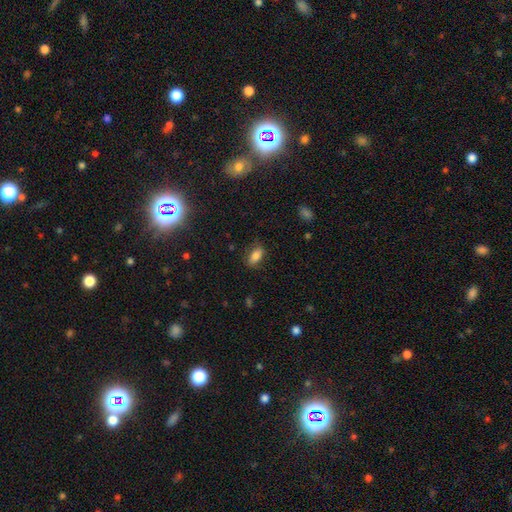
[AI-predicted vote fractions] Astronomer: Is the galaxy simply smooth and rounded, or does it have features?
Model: smooth — 80%.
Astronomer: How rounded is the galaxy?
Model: in between — 85%.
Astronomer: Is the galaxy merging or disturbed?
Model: none — 76%.